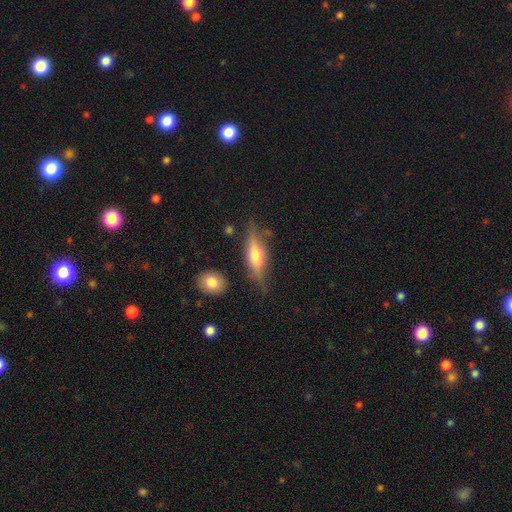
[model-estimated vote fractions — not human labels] This appears to be a featured or disk galaxy (49%). Merging: none (70%).